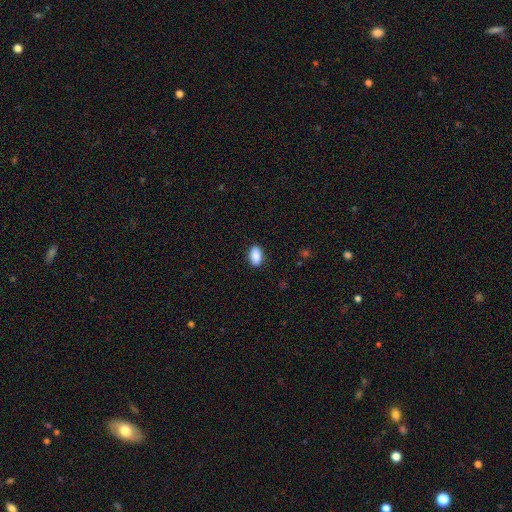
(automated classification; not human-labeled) Overall: smooth (90%). How rounded: in between (92%). Merging: none (88%).